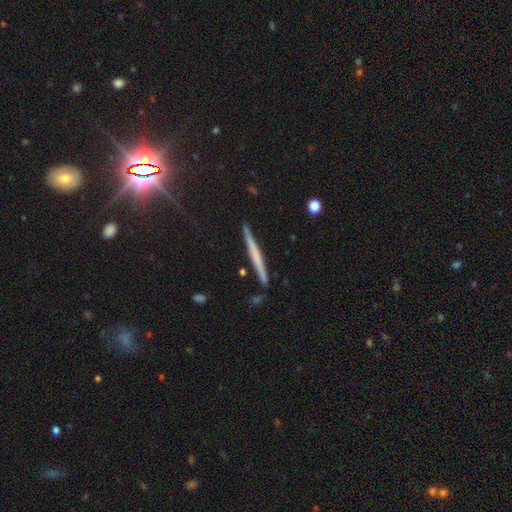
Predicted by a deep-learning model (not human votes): featured or disk 50%, smooth 41%, star or artifact 9%. Down the decision tree: merging — none (89%).